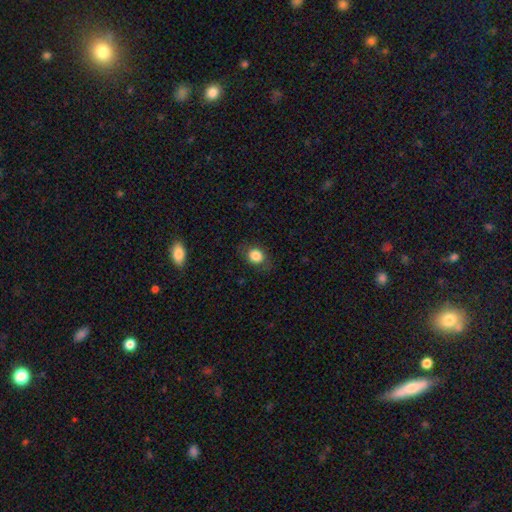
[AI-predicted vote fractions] smooth 83%, star or artifact 9%, featured or disk 8%. Down the decision tree: how rounded — round (57%); merging — none (80%).